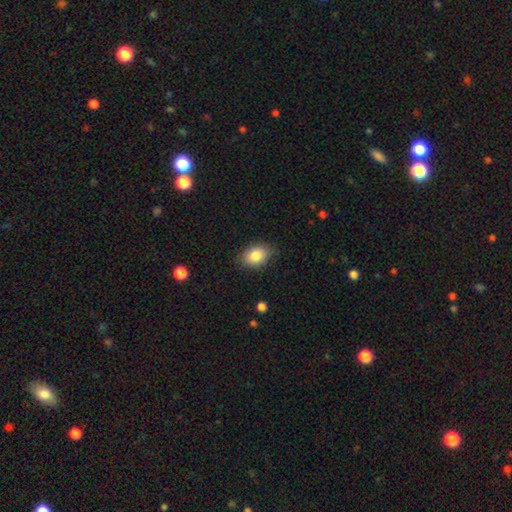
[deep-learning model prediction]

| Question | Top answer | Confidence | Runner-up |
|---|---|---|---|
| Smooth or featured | smooth | 85% | featured or disk (8%) |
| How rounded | in between | 81% | round (18%) |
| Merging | none | 83% | minor disturbance (13%) |